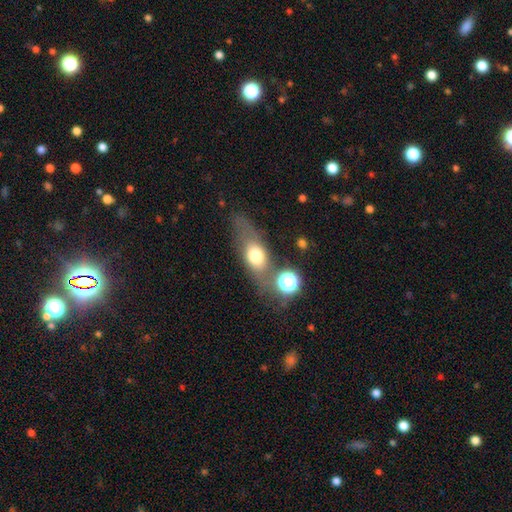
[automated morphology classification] Q: Smooth or featured?
A: smooth (56%); runner-up: featured or disk (33%)
Q: How rounded?
A: in between (60%); runner-up: round (22%)
Q: Merging?
A: none (54%); runner-up: minor disturbance (19%)